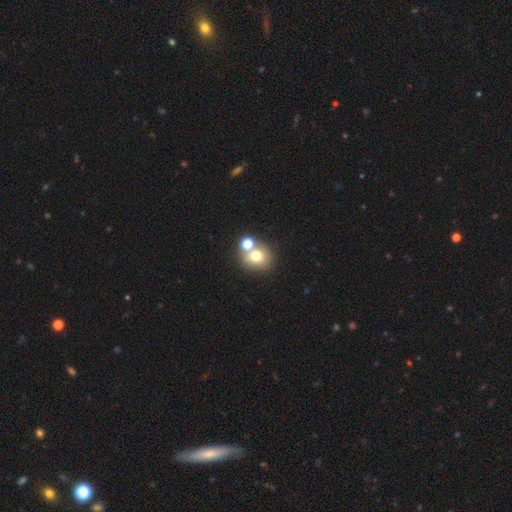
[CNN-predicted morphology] A smooth galaxy with no disk features (72%) that is round (77%). Merging: none (53%).